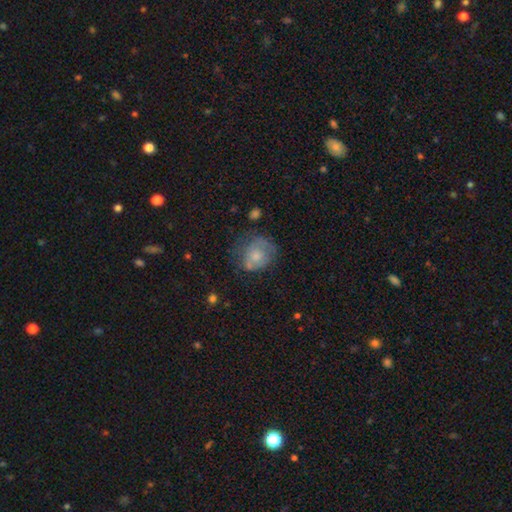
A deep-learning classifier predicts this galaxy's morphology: smooth 58%, featured or disk 33%, star or artifact 9%. Down the decision tree: how rounded — round (65%); merging — none (46%).